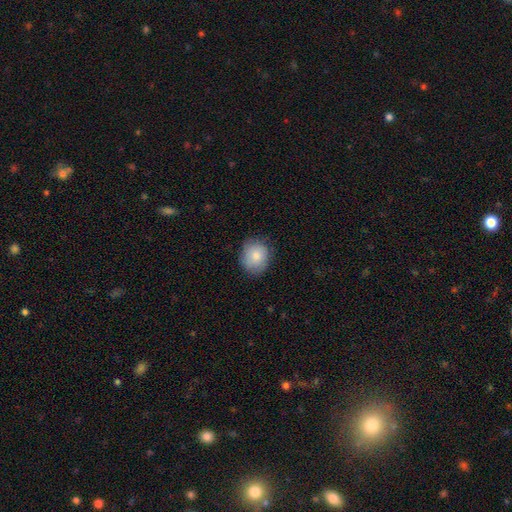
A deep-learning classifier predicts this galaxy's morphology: Smooth or featured? Predicted: smooth (p=0.83). How rounded? Predicted: round (p=0.69). Merging? Predicted: none (p=0.79).